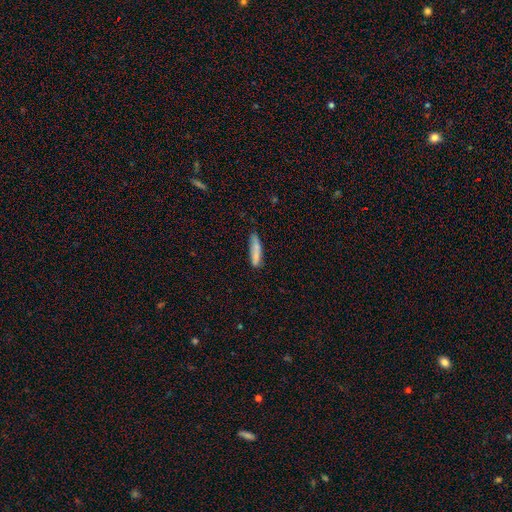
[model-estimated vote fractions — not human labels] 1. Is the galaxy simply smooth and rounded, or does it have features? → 77% smooth, 16% featured or disk, 7% star or artifact.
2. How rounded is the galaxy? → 85% cigar-shaped, 13% in between, 2% round.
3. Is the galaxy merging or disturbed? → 74% none, 19% minor disturbance, 4% major disturbance, 3% merger.